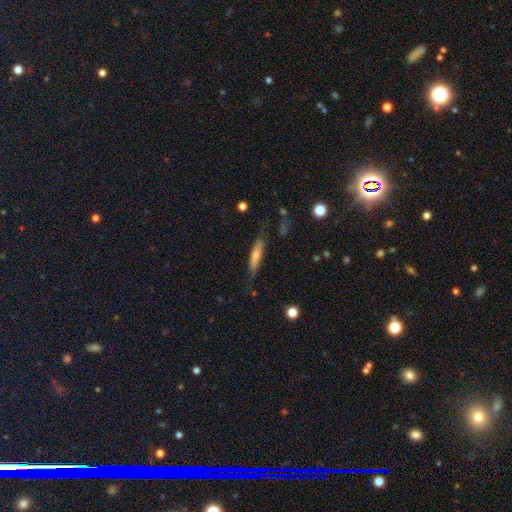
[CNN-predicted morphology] Smooth or featured: smooth — 60% (featured or disk — 33%)
How rounded: cigar-shaped — 77% (in between — 21%)
Merging: none — 67% (minor disturbance — 22%)